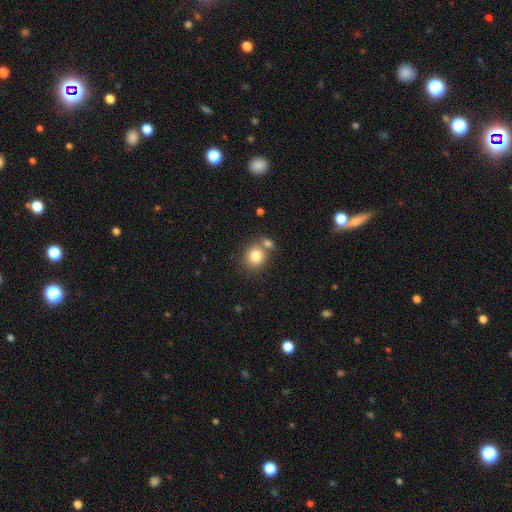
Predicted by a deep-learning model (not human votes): Overall: smooth (82%). How rounded: round (79%). Merging: none (56%; merger 31%).